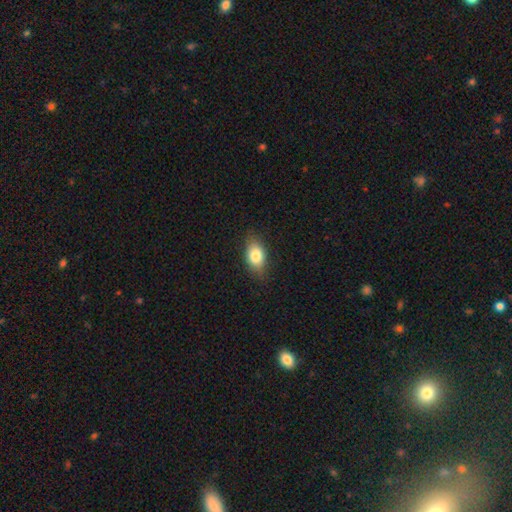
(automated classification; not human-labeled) Smooth or featured: smooth — 80% (featured or disk — 12%)
How rounded: in between — 84% (round — 12%)
Merging: none — 82% (minor disturbance — 14%)